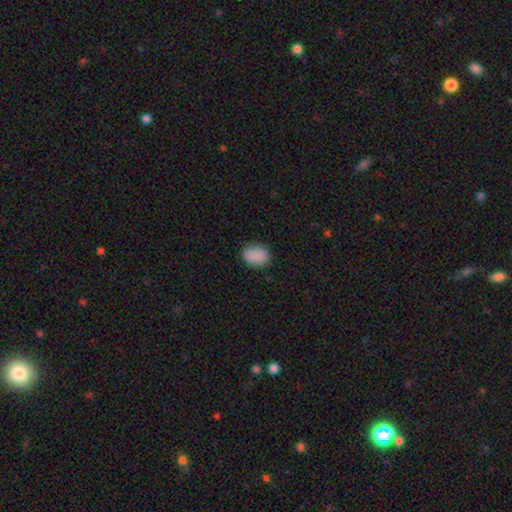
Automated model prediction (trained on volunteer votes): Smooth or featured? Predicted: smooth (p=0.88). How rounded? Predicted: in between (p=0.74). Merging? Predicted: none (p=0.83).